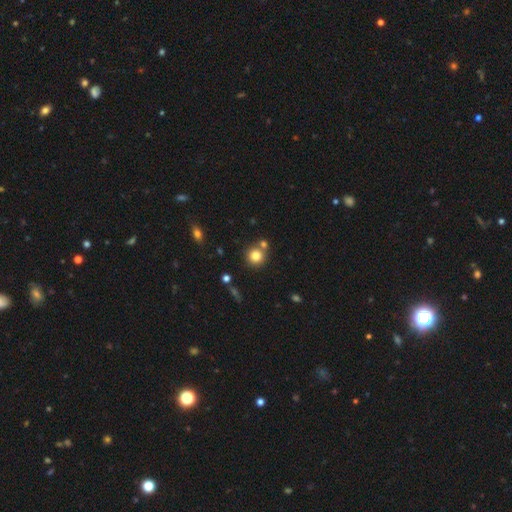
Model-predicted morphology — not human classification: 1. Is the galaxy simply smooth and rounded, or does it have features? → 80% smooth, 12% star or artifact, 8% featured or disk.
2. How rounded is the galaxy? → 92% round, 7% in between, 1% cigar-shaped.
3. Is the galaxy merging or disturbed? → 72% none, 18% merger, 8% minor disturbance, 3% major disturbance.